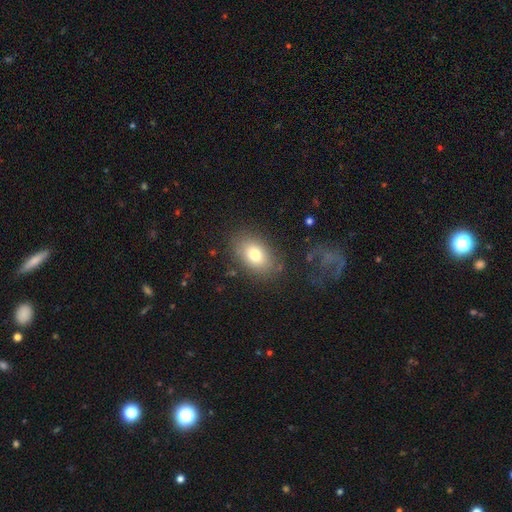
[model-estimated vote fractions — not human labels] Smooth or featured: smooth — 76% (featured or disk — 14%)
How rounded: in between — 84% (round — 15%)
Merging: none — 81% (minor disturbance — 12%)